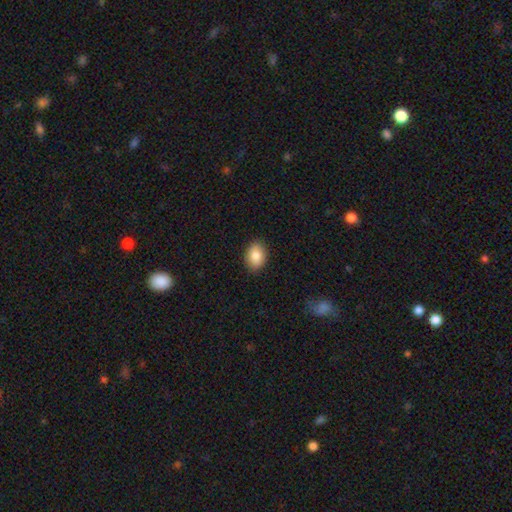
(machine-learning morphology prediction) type=smooth (87%); roundness=in between (81%); merging=none (88%).